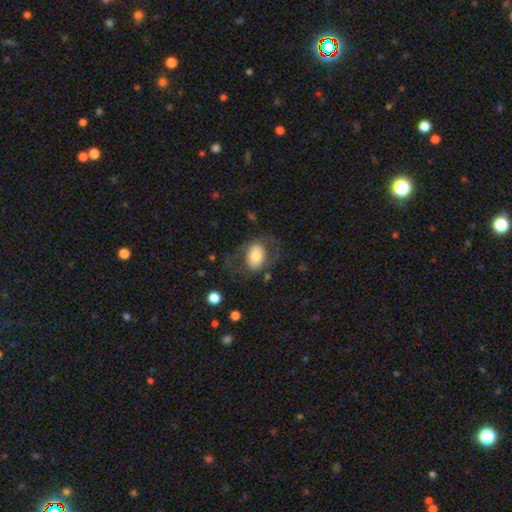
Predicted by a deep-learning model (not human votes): Morphology: type=smooth (59%); roundness=in between (76%); merging=none (59%).